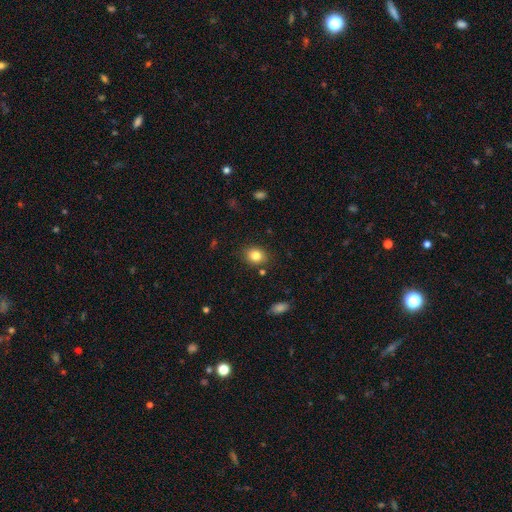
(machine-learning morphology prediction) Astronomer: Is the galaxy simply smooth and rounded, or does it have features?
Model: smooth — 83%.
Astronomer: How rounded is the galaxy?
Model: round — 58% (runner-up: in between, 41%).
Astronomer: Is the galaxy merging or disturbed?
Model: none — 85%.